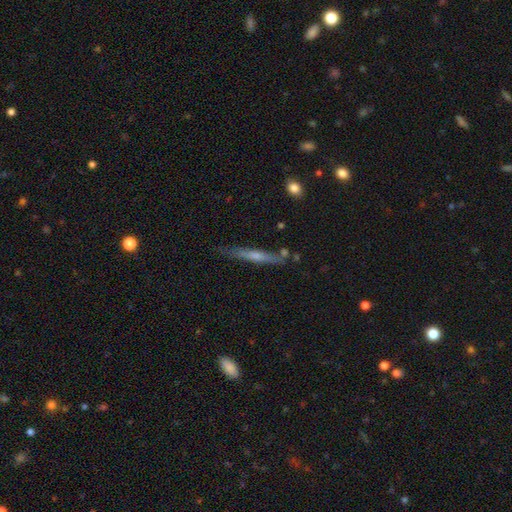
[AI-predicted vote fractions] A featured or disk galaxy (53%) viewed edge-on (94%).

Vote fractions:
- Smooth or featured? featured or disk: 53% / smooth: 40% / star or artifact: 7%
- Edge-on disk? yes: 94% / no: 6%
- Merging? none: 77% / minor disturbance: 15% / merger: 4% / major disturbance: 3%